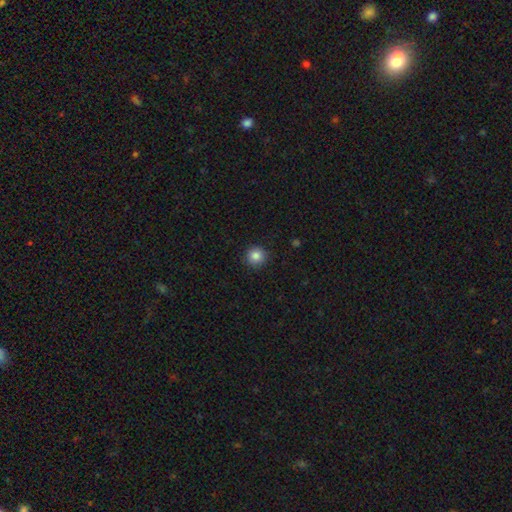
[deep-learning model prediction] smooth-or-featured: smooth: 85% | star or artifact: 10% | featured or disk: 5%
  how-rounded: round: 94% | in between: 5% | cigar-shaped: 1%
  merging: none: 90% | minor disturbance: 7% | major disturbance: 2% | merger: 1%